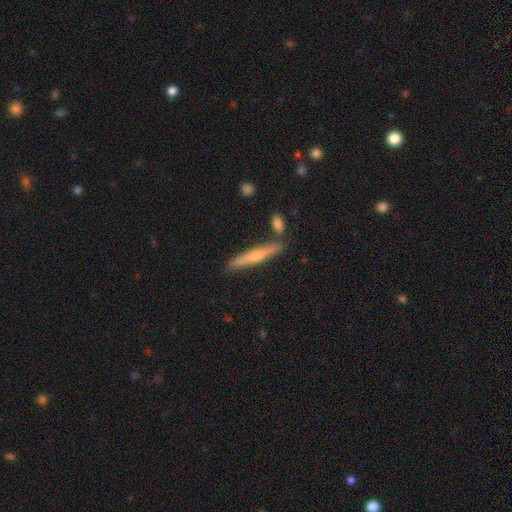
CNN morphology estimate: A featured or disk galaxy (56%) viewed edge-on (96%) with a rounded central bulge (81%).

Vote fractions:
- Smooth or featured? featured or disk: 56% / smooth: 38% / star or artifact: 6%
- Edge-on disk? yes: 96% / no: 4%
- Edge-on bulge? rounded: 81% / none: 16% / boxy: 4%
- Merging? none: 84% / minor disturbance: 9% / merger: 5% / major disturbance: 2%